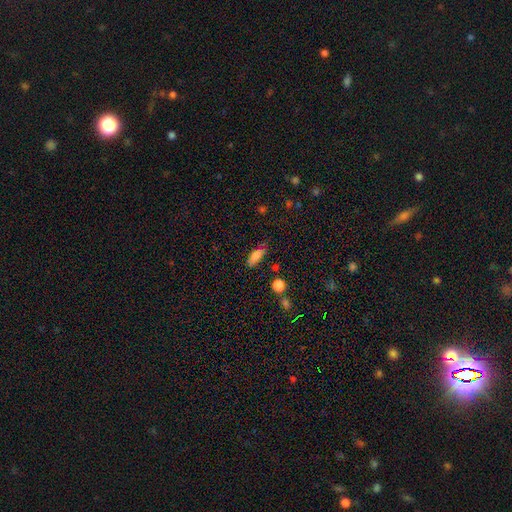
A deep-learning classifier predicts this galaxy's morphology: Overall: smooth (81%). How rounded: in between (77%). Merging: none (73%).